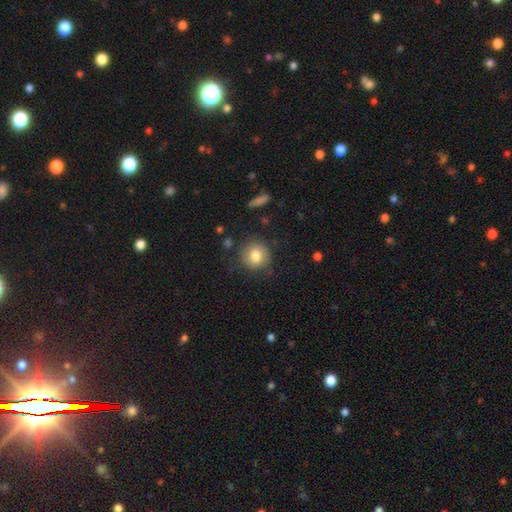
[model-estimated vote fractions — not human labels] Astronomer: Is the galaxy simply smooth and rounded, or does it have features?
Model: smooth — 79%.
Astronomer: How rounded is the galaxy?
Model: round — 88%.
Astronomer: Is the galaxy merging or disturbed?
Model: none — 81%.